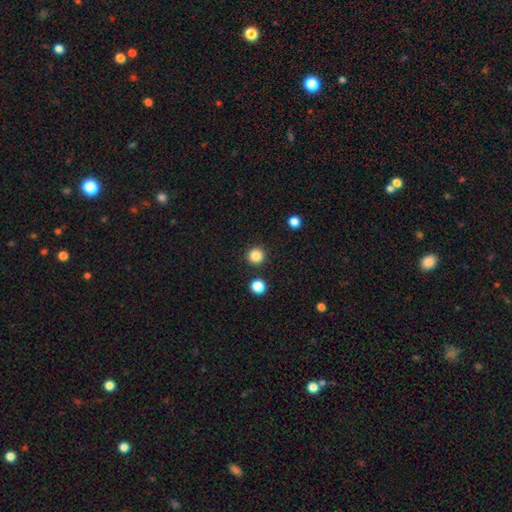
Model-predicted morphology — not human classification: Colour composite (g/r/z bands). It shows a smooth galaxy with no disk features (85%) that is round (96%). Merging: none (91%).